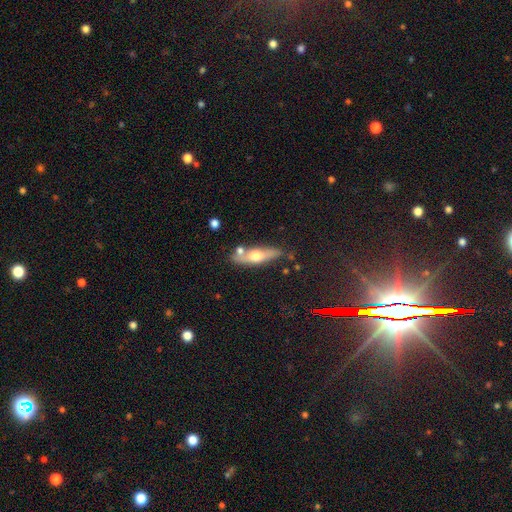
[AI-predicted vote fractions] Q: Smooth or featured?
A: featured or disk (47%); tied with: smooth (47%)
Q: Merging?
A: none (69%); runner-up: minor disturbance (15%)